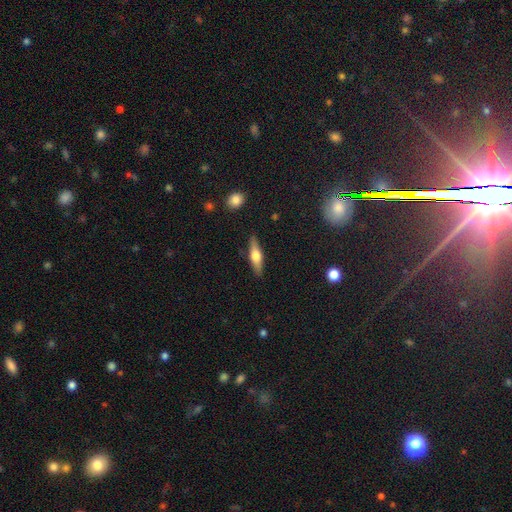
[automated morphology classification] smooth_or_featured: featured or disk (p=0.51) [alt: smooth p=0.43]
disk_edge_on: yes (p=0.93) [alt: no p=0.07]
merging: none (p=0.87) [alt: minor disturbance p=0.09]